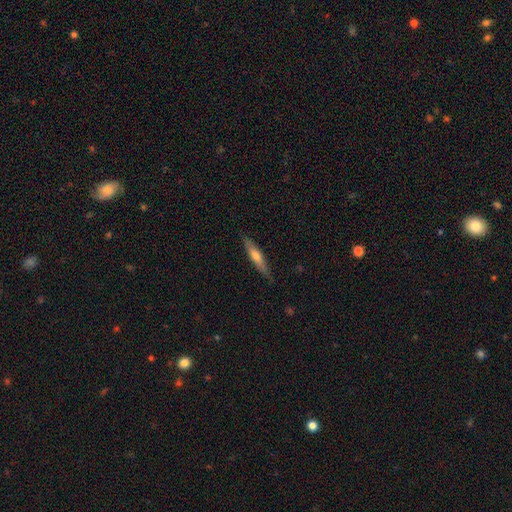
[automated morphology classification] Smooth or featured? smooth (49%)
Merging? none (85%)